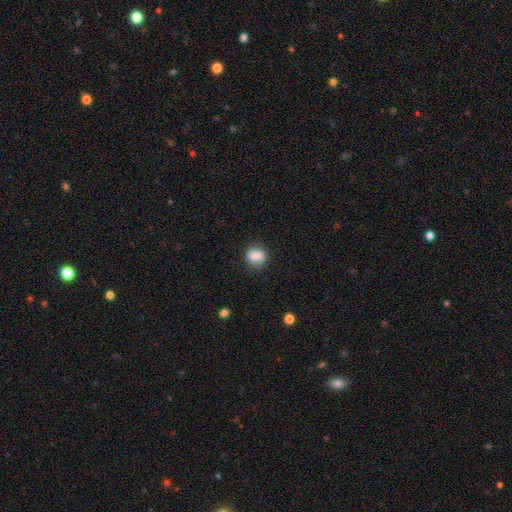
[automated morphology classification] smooth-or-featured: smooth: 84% | star or artifact: 9% | featured or disk: 7%
  how-rounded: round: 56% | in between: 43% | cigar-shaped: 2%
  merging: none: 75% | minor disturbance: 18% | major disturbance: 5% | merger: 2%